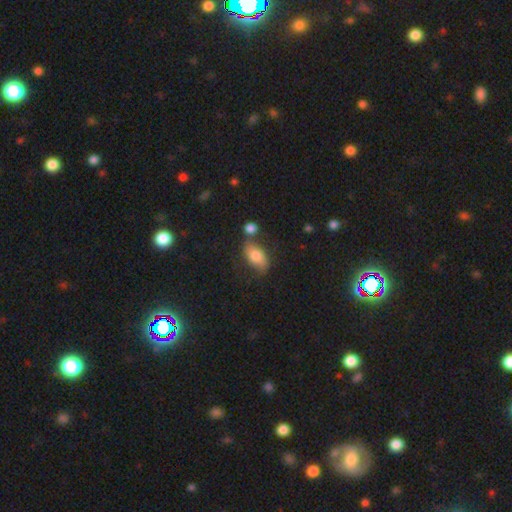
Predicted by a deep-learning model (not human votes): Smooth or featured: smooth — 74% (featured or disk — 18%)
How rounded: in between — 90% (round — 6%)
Merging: none — 58% (minor disturbance — 18%)